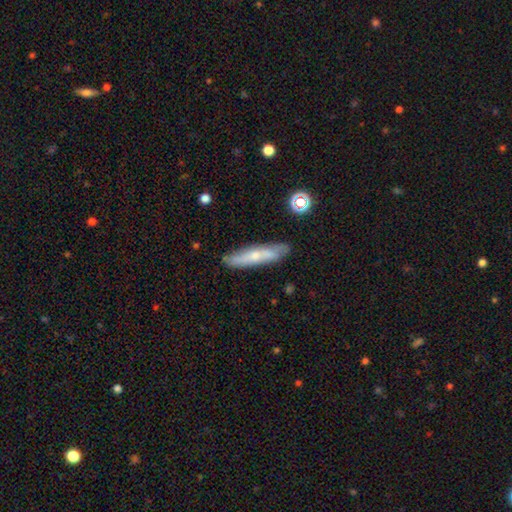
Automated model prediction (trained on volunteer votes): Smooth or featured?
  - smooth: 51% *
  - featured or disk: 41%
  - star or artifact: 8%
How rounded?
  - cigar-shaped: 85% *
  - in between: 13%
  - round: 2%
Merging?
  - none: 81% *
  - minor disturbance: 14%
  - major disturbance: 3%
  - merger: 2%